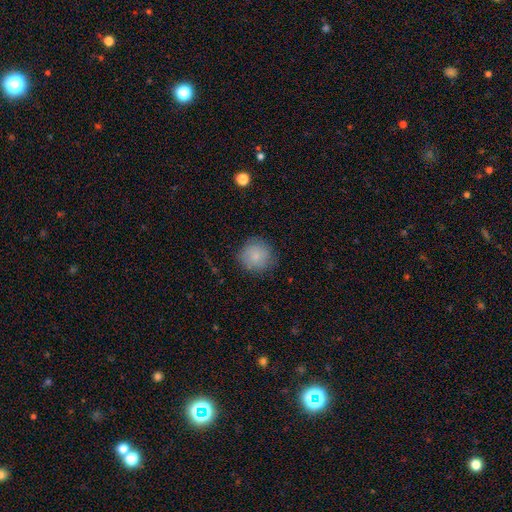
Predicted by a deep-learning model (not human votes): A smooth galaxy with no disk features (83%) that is round (93%).

Vote fractions:
- Smooth or featured? smooth: 83% / featured or disk: 9% / star or artifact: 8%
- How rounded? round: 93% / in between: 7% / cigar-shaped: 1%
- Merging? none: 82% / minor disturbance: 14% / major disturbance: 4% / merger: 1%